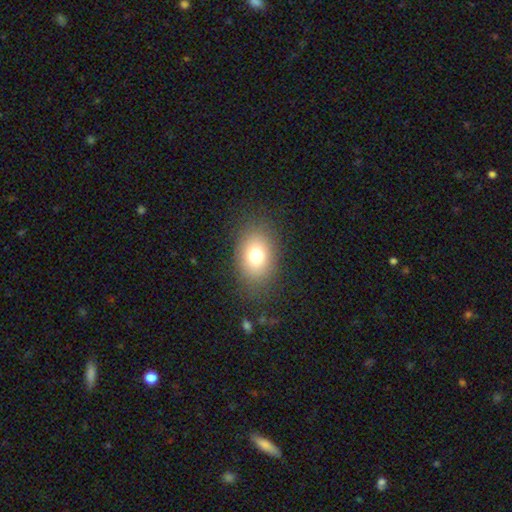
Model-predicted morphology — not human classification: Overall: smooth (75%). How rounded: in between (72%). Merging: none (82%).